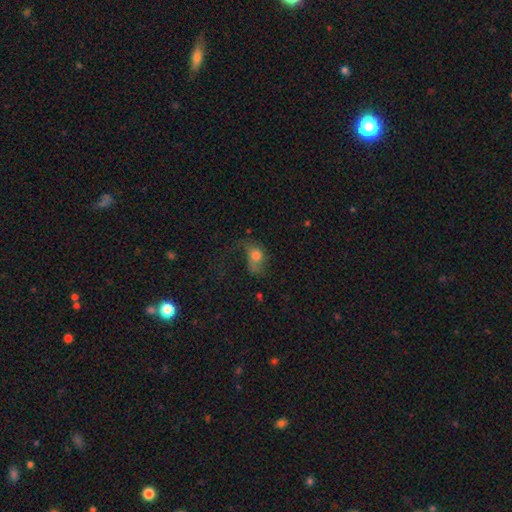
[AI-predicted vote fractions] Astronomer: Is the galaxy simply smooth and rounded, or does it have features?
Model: smooth — 64%.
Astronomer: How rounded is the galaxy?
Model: in between — 63%.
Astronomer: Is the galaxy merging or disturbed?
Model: major disturbance — 52%.